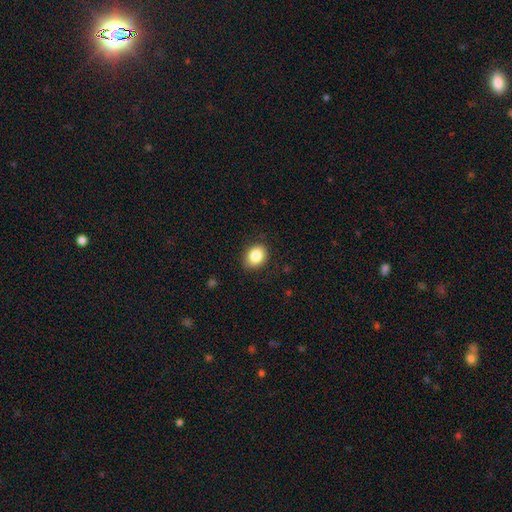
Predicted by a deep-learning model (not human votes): This is clearly a smooth galaxy (85%). How rounded: possibly in between (54%). Merging: clearly none (84%).